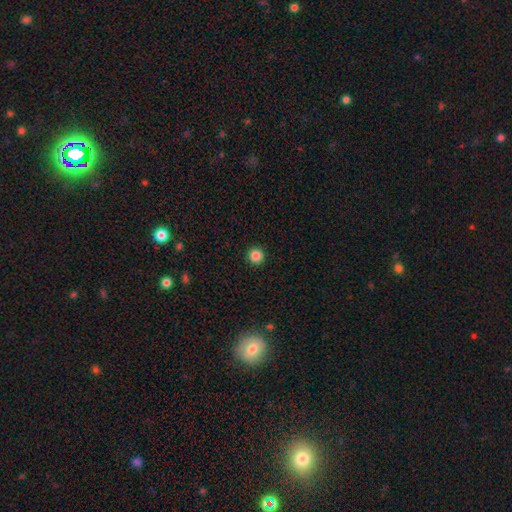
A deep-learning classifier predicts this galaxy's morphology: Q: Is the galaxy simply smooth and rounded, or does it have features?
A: smooth — 86%.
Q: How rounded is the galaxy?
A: round — 96%.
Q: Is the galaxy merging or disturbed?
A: none — 94%.